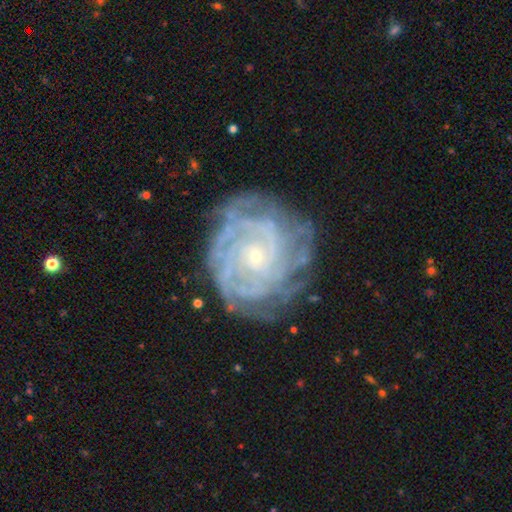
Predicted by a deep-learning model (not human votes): Smooth or featured?
  - featured or disk: 86% *
  - smooth: 8%
  - star or artifact: 6%
Edge-on disk?
  - no: 97% *
  - yes: 3%
Bar?
  - no: 77% *
  - weak: 18%
  - strong: 5%
Spiral arms?
  - yes: 94% *
  - no: 6%
Spiral winding?
  - tight: 77% *
  - medium: 19%
  - loose: 4%
Spiral arm count?
  - can't tell: 35% *
  - 4: 20%
  - more than 4: 14%
  - 3: 13%
  - 2: 11%
  - 1: 7%
Bulge size?
  - small: 86% *
  - moderate: 10%
  - none: 2%
  - large: 1%
  - dominant: 1%
Merging?
  - none: 73% *
  - minor disturbance: 17%
  - major disturbance: 8%
  - merger: 2%